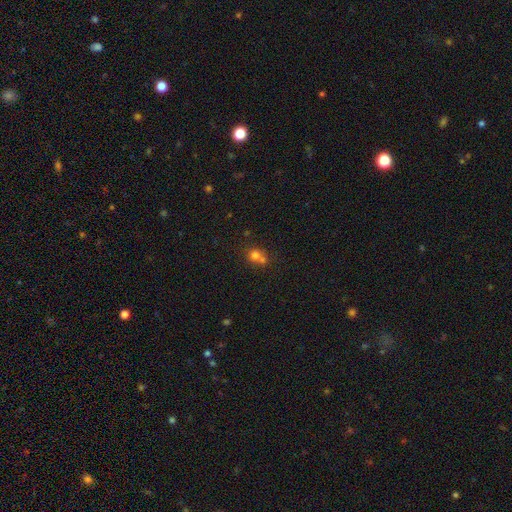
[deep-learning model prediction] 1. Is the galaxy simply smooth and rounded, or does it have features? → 73% smooth, 15% star or artifact, 12% featured or disk.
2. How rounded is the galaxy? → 83% round, 16% in between, 1% cigar-shaped.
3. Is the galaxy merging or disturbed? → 48% merger, 42% none, 7% minor disturbance, 3% major disturbance.